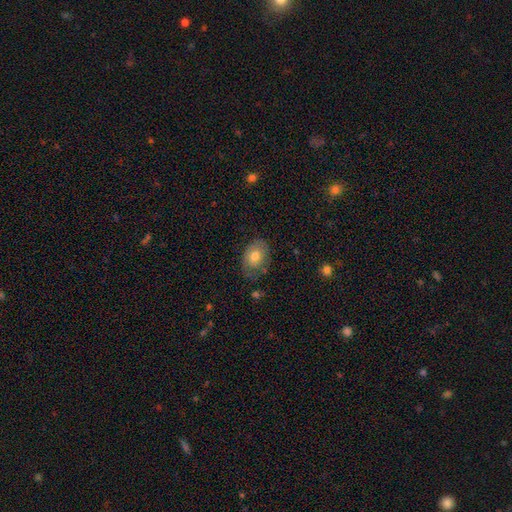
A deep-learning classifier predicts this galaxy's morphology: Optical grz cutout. It shows a smooth galaxy with no disk features (66%) that is in between round and cigar-shaped (73%). Merging: none (58%).